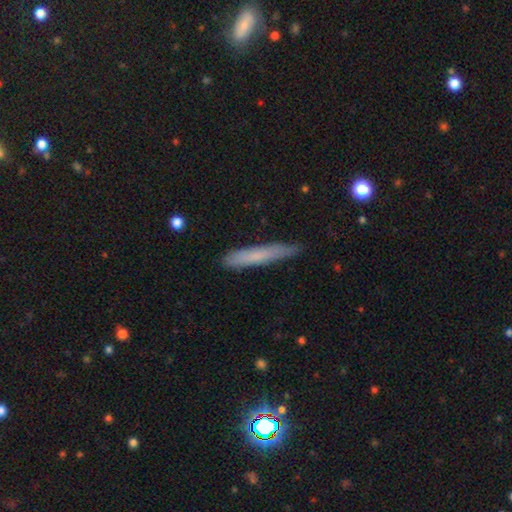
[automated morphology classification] A smooth galaxy with no disk features (64%) that is cigar-shaped (94%). Merging: none (84%).